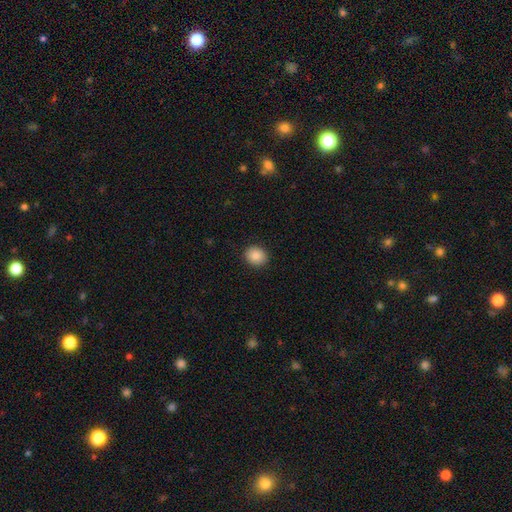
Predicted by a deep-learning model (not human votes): This is clearly a smooth galaxy (87%). How rounded: likely round (72%). Merging: clearly none (91%).